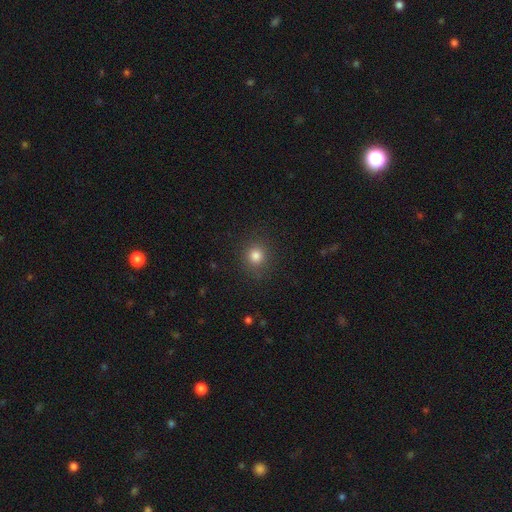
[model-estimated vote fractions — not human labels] Smooth or featured?
  - smooth: 82% *
  - star or artifact: 13%
  - featured or disk: 5%
How rounded?
  - round: 88% *
  - in between: 11%
  - cigar-shaped: 1%
Merging?
  - none: 88% *
  - minor disturbance: 8%
  - major disturbance: 3%
  - merger: 1%